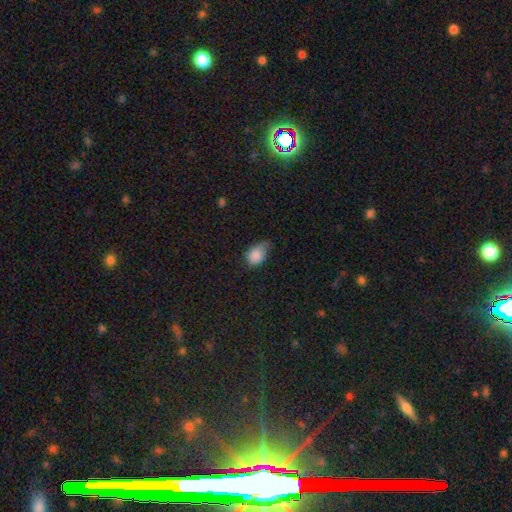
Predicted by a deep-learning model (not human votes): A smooth galaxy with no disk features (85%) that is in between round and cigar-shaped (72%). Merging: minor disturbance (47%).